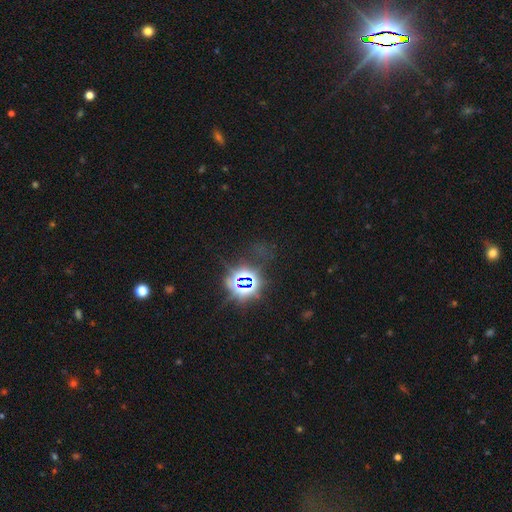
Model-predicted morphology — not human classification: smooth-or-featured: star or artifact: 77% | smooth: 15% | featured or disk: 9%